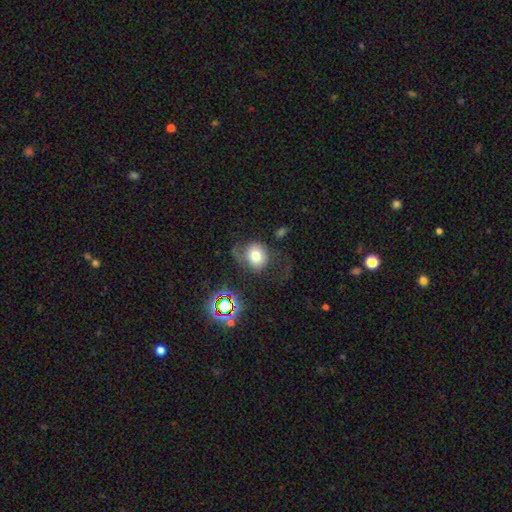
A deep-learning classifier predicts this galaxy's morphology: smooth_or_featured: smooth (p=0.61) [alt: featured or disk p=0.25]
how_rounded: round (p=0.66) [alt: in between p=0.33]
merging: none (p=0.43) [alt: major disturbance p=0.31]